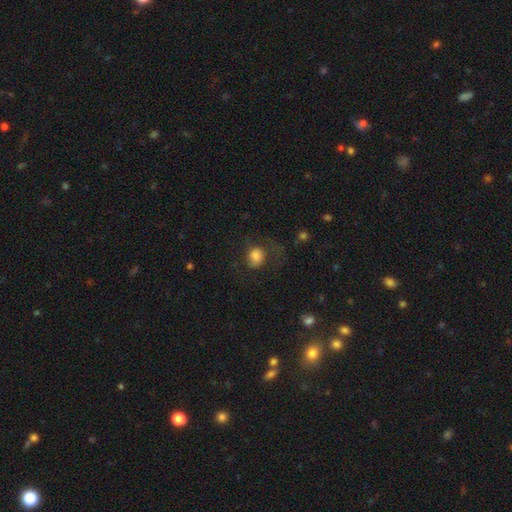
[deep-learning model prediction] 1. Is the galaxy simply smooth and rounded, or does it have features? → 76% smooth, 14% featured or disk, 10% star or artifact.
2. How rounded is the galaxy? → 59% round, 40% in between, 1% cigar-shaped.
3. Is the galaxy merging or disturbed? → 45% none, 31% major disturbance, 21% minor disturbance, 2% merger.